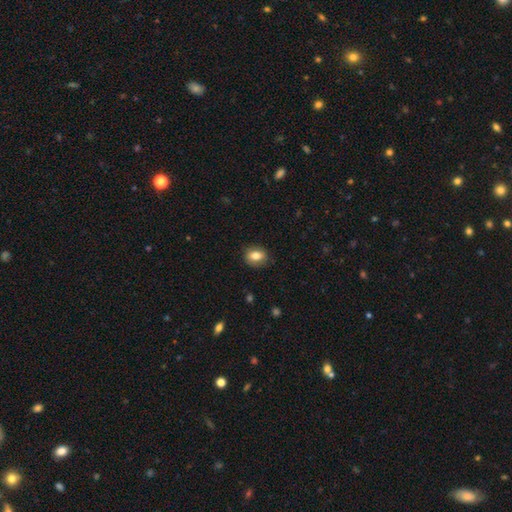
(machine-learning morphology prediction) Q: Smooth or featured?
A: smooth (75%); runner-up: featured or disk (17%)
Q: How rounded?
A: in between (53%); runner-up: round (45%)
Q: Merging?
A: none (84%); runner-up: minor disturbance (12%)